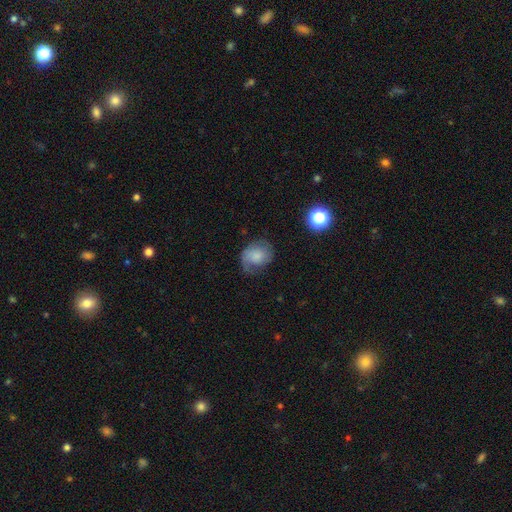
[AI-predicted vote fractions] smooth-or-featured: smooth: 48% | featured or disk: 43% | star or artifact: 10%
  merging: none: 51% | minor disturbance: 27% | major disturbance: 19% | merger: 2%